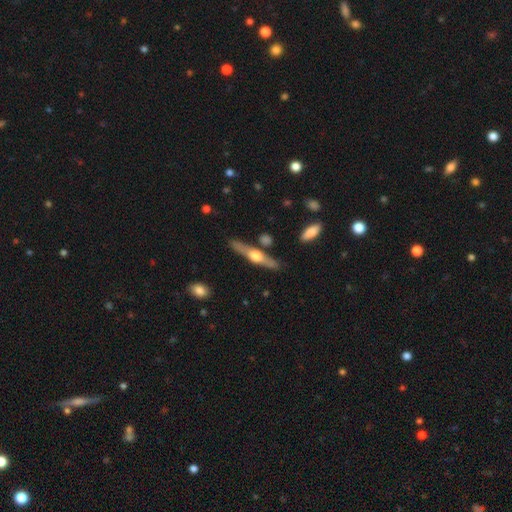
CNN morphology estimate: smooth_or_featured: featured or disk (p=0.70) [alt: smooth p=0.25]
disk_edge_on: yes (p=0.96) [alt: no p=0.04]
edge_on_bulge: rounded (p=0.93) [alt: boxy p=0.04]
merging: none (p=0.83) [alt: minor disturbance p=0.11]